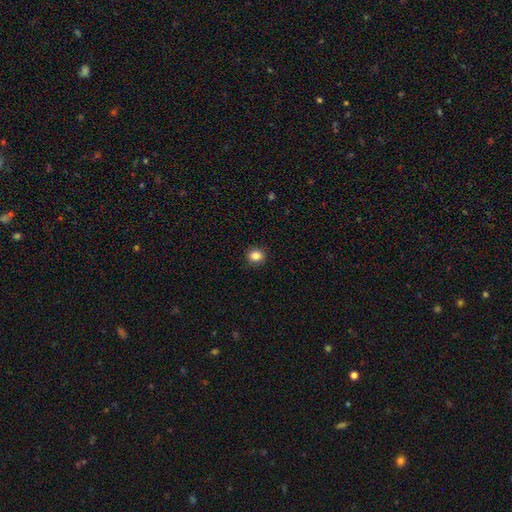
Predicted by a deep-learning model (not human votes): Smooth or featured: smooth — 85% (star or artifact — 11%)
How rounded: round — 77% (in between — 22%)
Merging: none — 90% (minor disturbance — 7%)